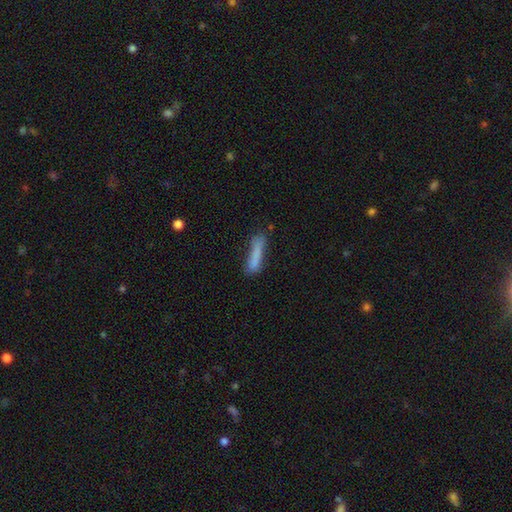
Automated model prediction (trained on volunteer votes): A smooth galaxy with no disk features (77%) that is cigar-shaped (87%).

Vote fractions:
- Smooth or featured? smooth: 77% / featured or disk: 15% / star or artifact: 9%
- How rounded? cigar-shaped: 87% / in between: 11% / round: 2%
- Merging? none: 64% / minor disturbance: 21% / major disturbance: 9% / merger: 6%